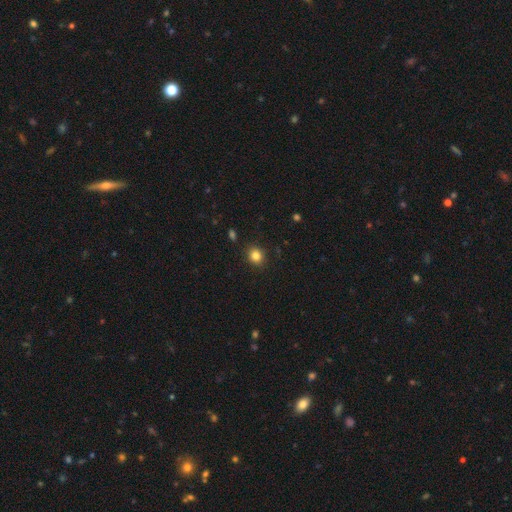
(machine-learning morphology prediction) type=smooth (84%); roundness=round (74%); merging=none (90%).